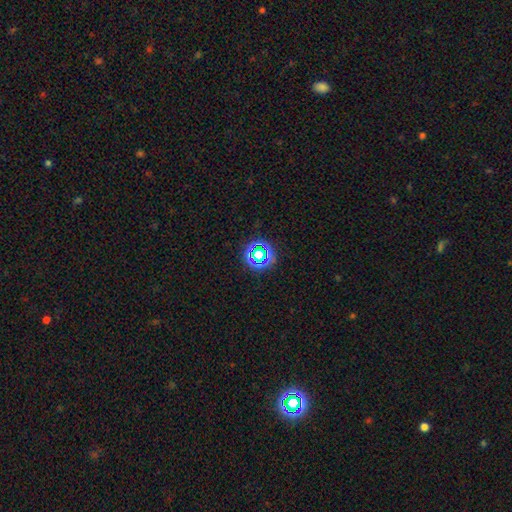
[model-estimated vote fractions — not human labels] Smooth or featured?
  - star or artifact: 55% *
  - smooth: 33%
  - featured or disk: 12%